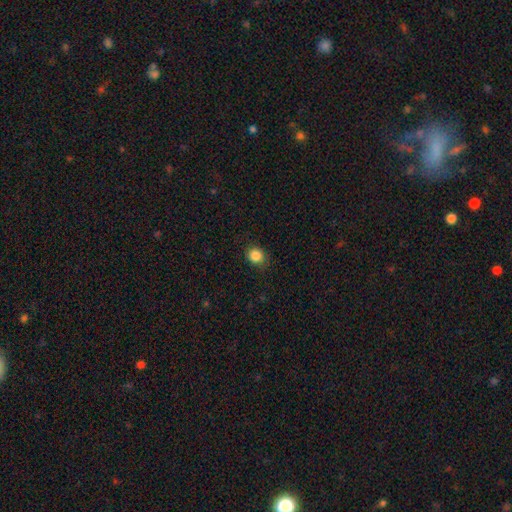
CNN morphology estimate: Smooth or featured? Predicted: smooth (p=0.86). How rounded? Predicted: round (p=0.74). Merging? Predicted: none (p=0.86).